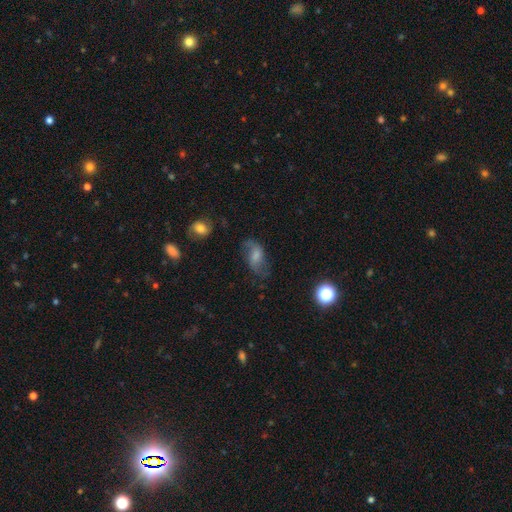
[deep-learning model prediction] This appears to be a featured or disk galaxy (51%). Merging: none (59%).